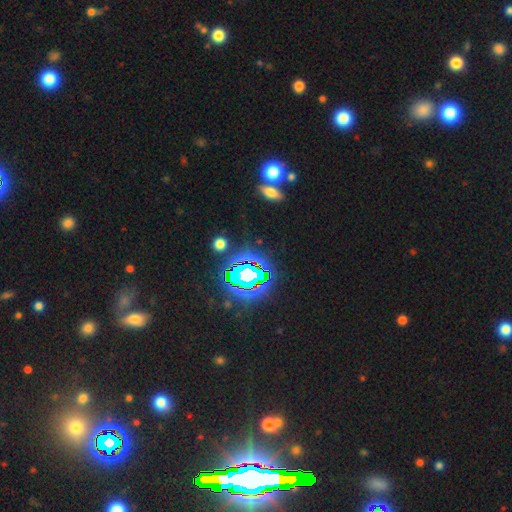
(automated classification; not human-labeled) Smooth or featured? Predicted: star or artifact (p=0.79).